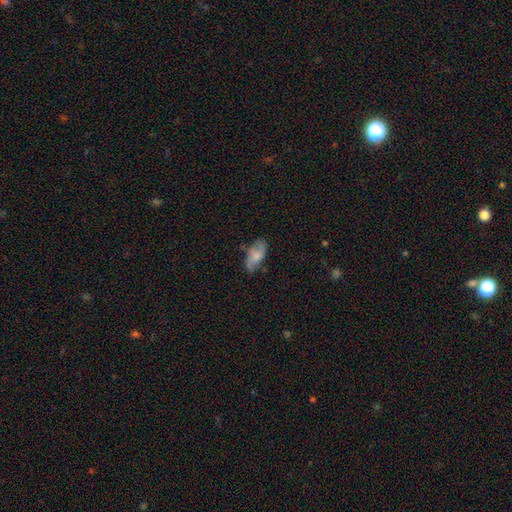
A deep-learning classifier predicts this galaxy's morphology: Q: Smooth or featured?
A: smooth (61%); runner-up: featured or disk (31%)
Q: How rounded?
A: in between (90%); runner-up: cigar-shaped (7%)
Q: Merging?
A: none (66%); runner-up: minor disturbance (25%)